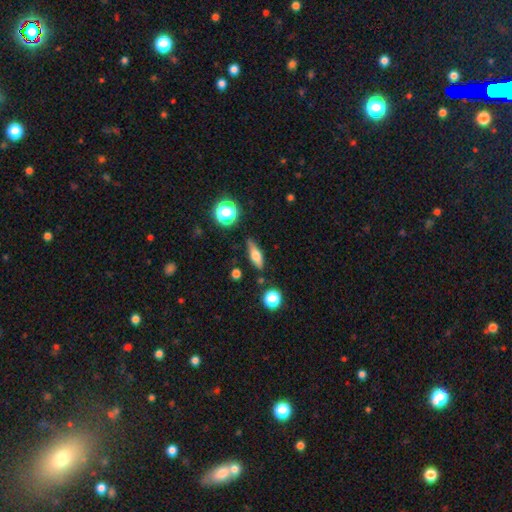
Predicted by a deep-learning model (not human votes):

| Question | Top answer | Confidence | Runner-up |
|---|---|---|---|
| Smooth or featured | smooth | 56% | featured or disk (35%) |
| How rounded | cigar-shaped | 46% | tied: in between (46%) |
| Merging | none | 79% | minor disturbance (14%) |